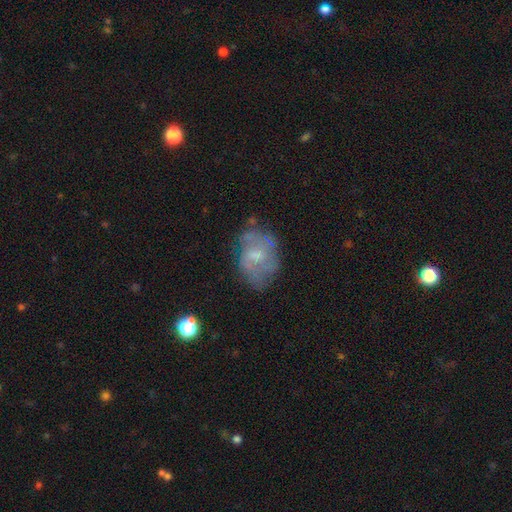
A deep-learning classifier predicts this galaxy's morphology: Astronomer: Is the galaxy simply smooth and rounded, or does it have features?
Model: featured or disk — 63%.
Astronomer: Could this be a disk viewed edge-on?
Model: no — 97%.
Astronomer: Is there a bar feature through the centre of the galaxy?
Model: no — 52% (runner-up: weak, 42%).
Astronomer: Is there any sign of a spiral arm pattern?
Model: yes — 67%.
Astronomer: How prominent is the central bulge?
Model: small — 44% (runner-up: moderate, 38%).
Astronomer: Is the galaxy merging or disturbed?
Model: none — 55%.